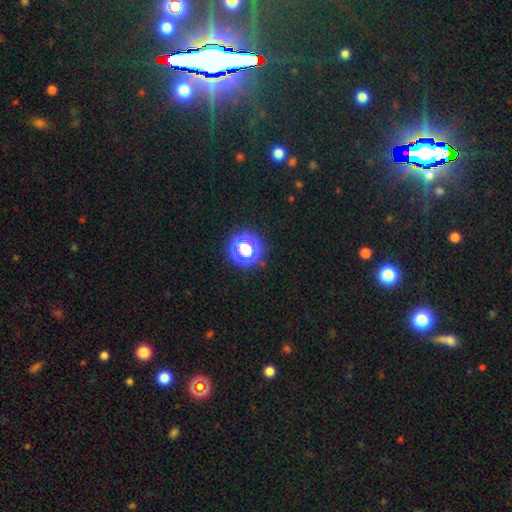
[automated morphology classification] star or artifact 79%, smooth 12%, featured or disk 9%.